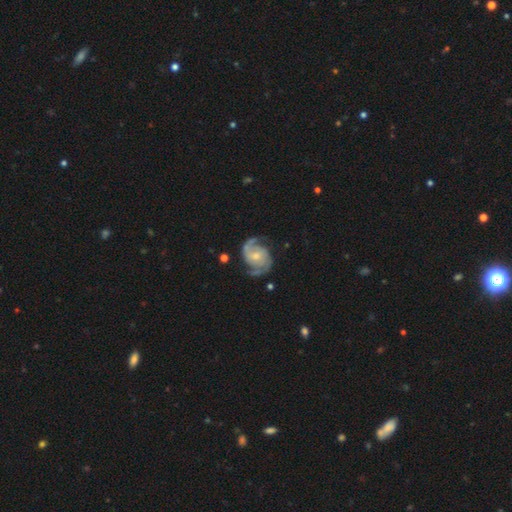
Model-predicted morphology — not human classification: A featured or disk galaxy (91%) with no bar (61%), 2 (90%) medium (54%) spiral arms (98%) and a small central bulge (49%). Merging: none (76%).